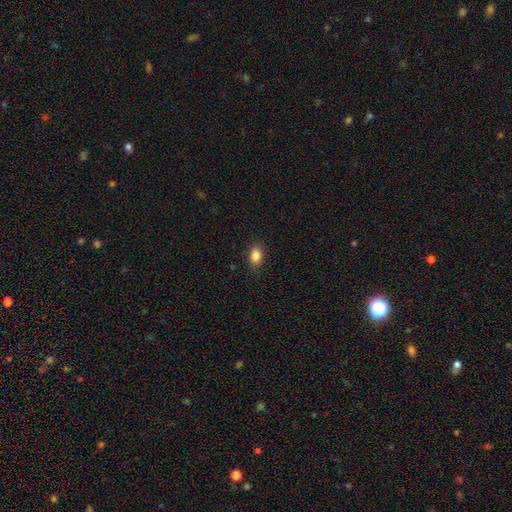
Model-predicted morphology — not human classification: This is clearly a smooth galaxy (85%). How rounded: likely in between (76%). Merging: clearly none (88%).